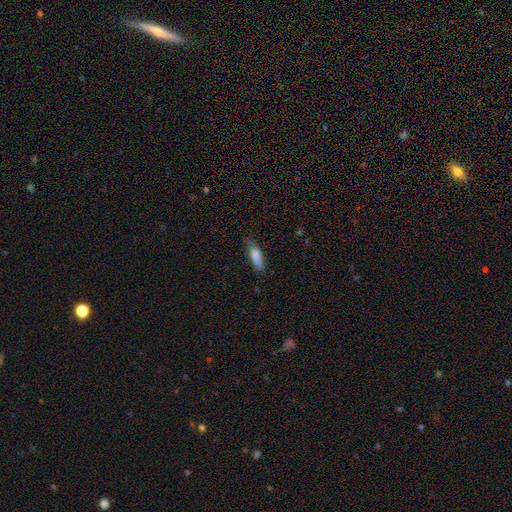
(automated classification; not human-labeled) This is clearly a smooth galaxy (80%). How rounded: likely in between (61%). Merging: possibly none (59%).